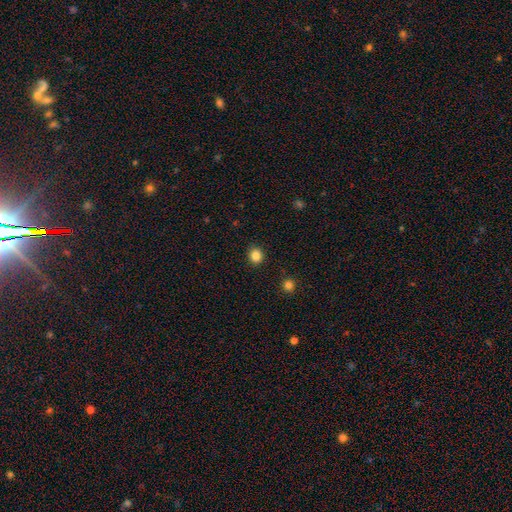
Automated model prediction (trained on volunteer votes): Morphology: type=smooth (84%); roundness=round (83%); merging=none (91%).